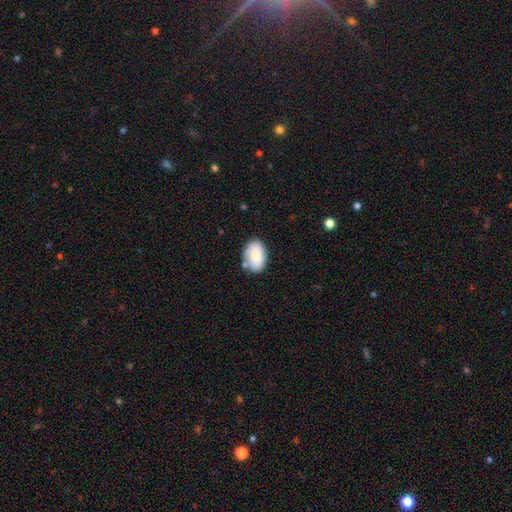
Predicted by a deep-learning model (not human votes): smooth_or_featured: smooth (p=0.80) [alt: featured or disk p=0.13]
how_rounded: in between (p=0.89) [alt: round p=0.09]
merging: none (p=0.69) [alt: minor disturbance p=0.20]